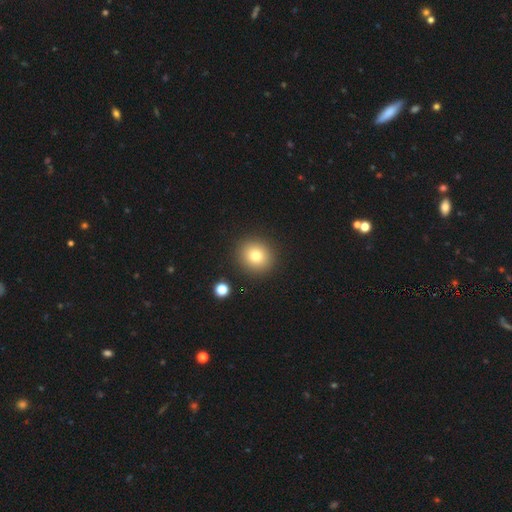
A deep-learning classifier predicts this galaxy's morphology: Overall: smooth (77%). How rounded: round (86%). Merging: none (90%).